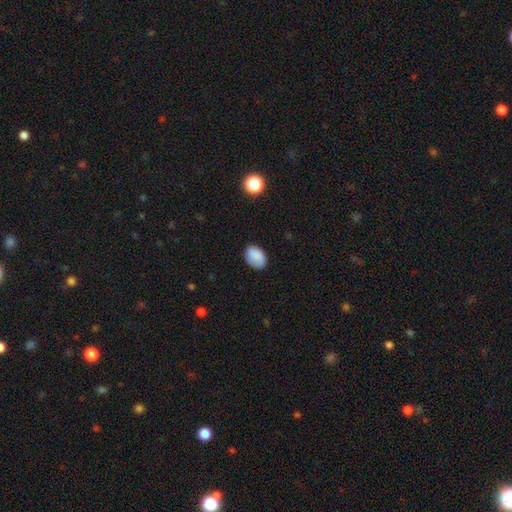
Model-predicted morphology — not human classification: smooth-or-featured: smooth: 87% | star or artifact: 8% | featured or disk: 5%
  how-rounded: in between: 78% | round: 21% | cigar-shaped: 1%
  merging: none: 79% | minor disturbance: 17% | major disturbance: 3% | merger: 1%